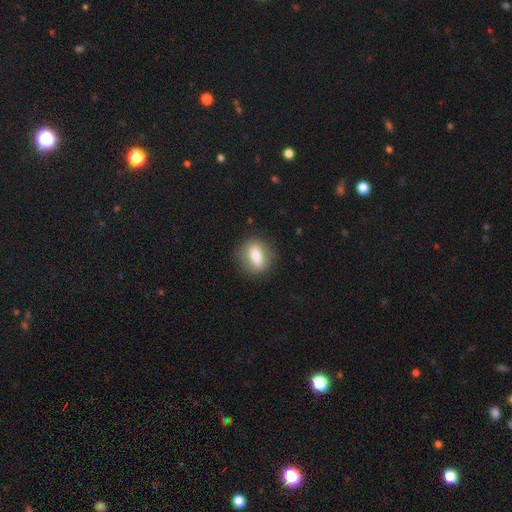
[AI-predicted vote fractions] smooth_or_featured: smooth (p=0.60) [alt: featured or disk p=0.33]
how_rounded: in between (p=0.52) [alt: round p=0.40]
merging: none (p=0.84) [alt: minor disturbance p=0.11]